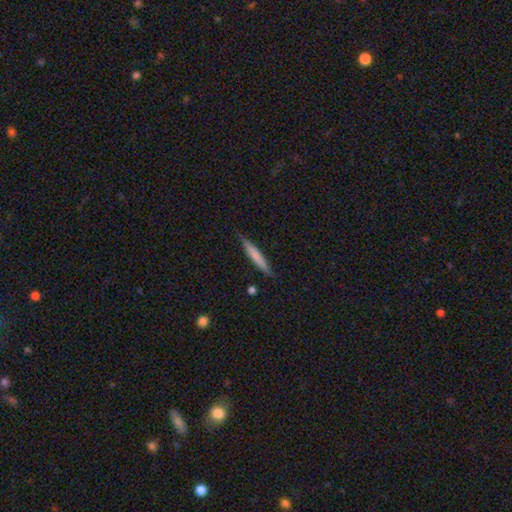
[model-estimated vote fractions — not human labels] This appears to be a smooth galaxy with no disk features (68%) that is cigar-shaped (94%). Merging: none (86%).